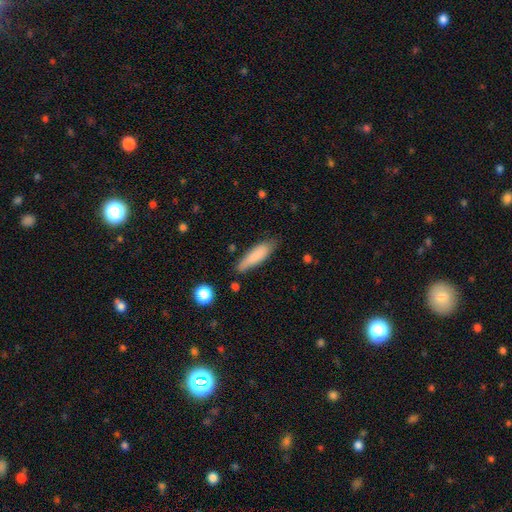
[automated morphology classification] smooth 81%, featured or disk 13%, star or artifact 6%. Down the decision tree: how rounded — cigar-shaped (66%); merging — none (72%).